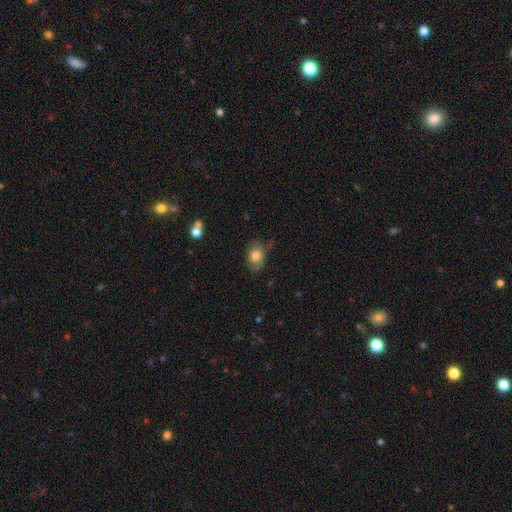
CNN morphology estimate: Smooth or featured? Predicted: smooth (p=0.71). How rounded? Predicted: in between (p=0.61). Merging? Predicted: none (p=0.58).